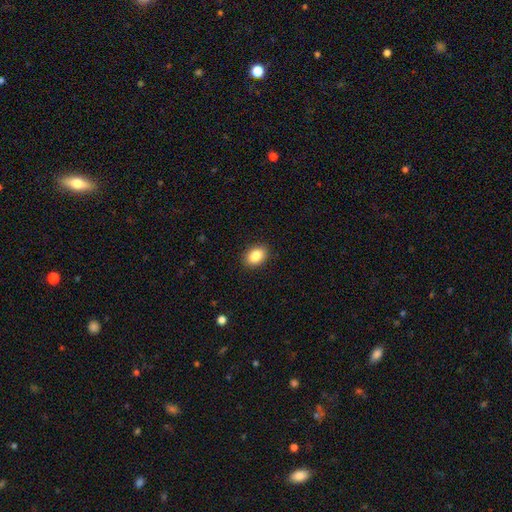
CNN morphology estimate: Smooth or featured: smooth — 86% (star or artifact — 8%)
How rounded: in between — 79% (round — 20%)
Merging: none — 90% (minor disturbance — 7%)